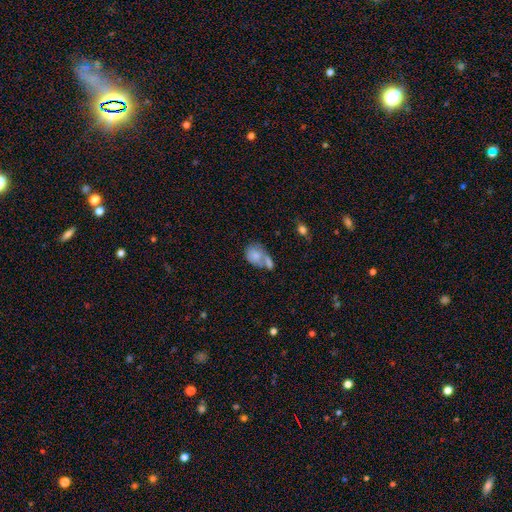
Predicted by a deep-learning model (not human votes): Smooth or featured?
  - smooth: 69% *
  - featured or disk: 22%
  - star or artifact: 8%
How rounded?
  - in between: 67% *
  - round: 32%
  - cigar-shaped: 2%
Merging?
  - merger: 53% *
  - none: 23%
  - minor disturbance: 14%
  - major disturbance: 10%